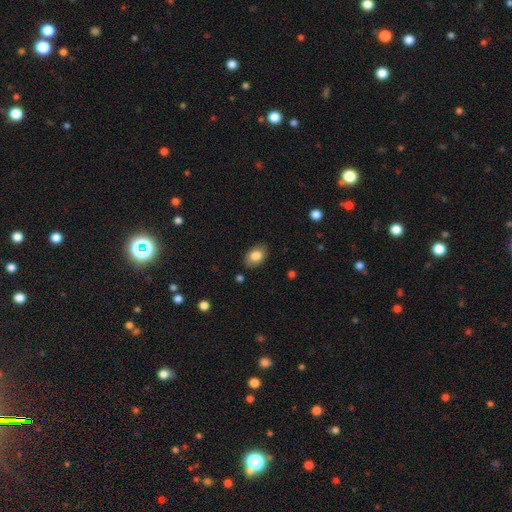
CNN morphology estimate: Smooth or featured? Predicted: smooth (p=0.83). How rounded? Predicted: in between (p=0.86). Merging? Predicted: none (p=0.86).